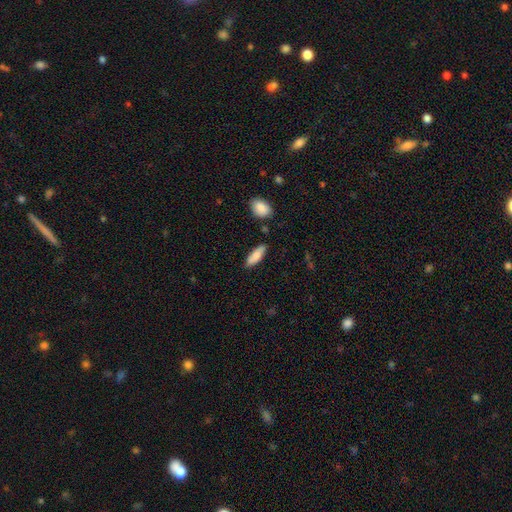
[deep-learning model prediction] Smooth or featured? smooth (82%)
How rounded? in between (53%)
Merging? none (82%)